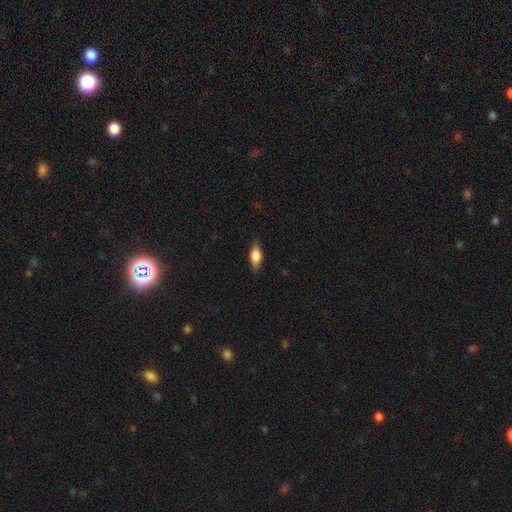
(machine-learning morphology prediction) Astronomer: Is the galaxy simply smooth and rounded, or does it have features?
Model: smooth — 70%.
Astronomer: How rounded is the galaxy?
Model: in between — 77%.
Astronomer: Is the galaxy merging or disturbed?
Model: none — 81%.